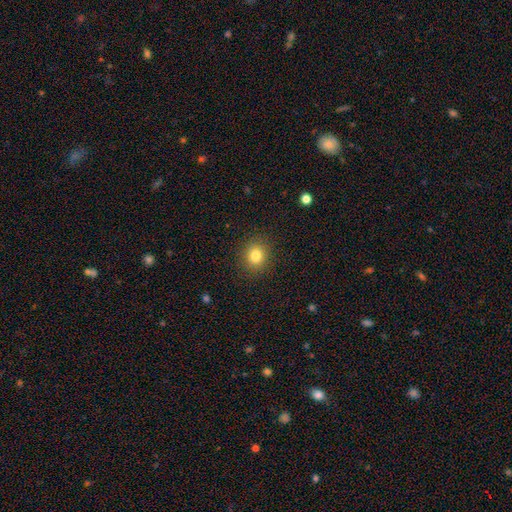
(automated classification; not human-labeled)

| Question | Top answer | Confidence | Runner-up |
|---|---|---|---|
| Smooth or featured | smooth | 82% | star or artifact (12%) |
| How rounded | round | 76% | in between (23%) |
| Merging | none | 89% | minor disturbance (7%) |